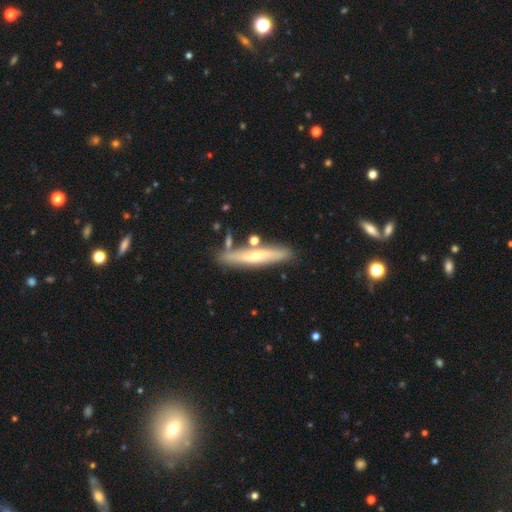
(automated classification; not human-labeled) This is possibly a featured or disk galaxy (55%). It is clearly viewed edge-on (83%). Merging: likely none (75%).